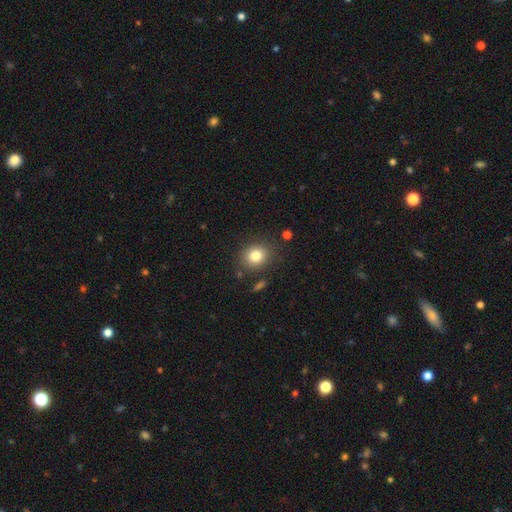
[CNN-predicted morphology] The model was most divided on "how rounded": round: 73%, in between: 26%, cigar-shaped: 1%. More confident: merging — none (83%); smooth or featured — smooth (81%).